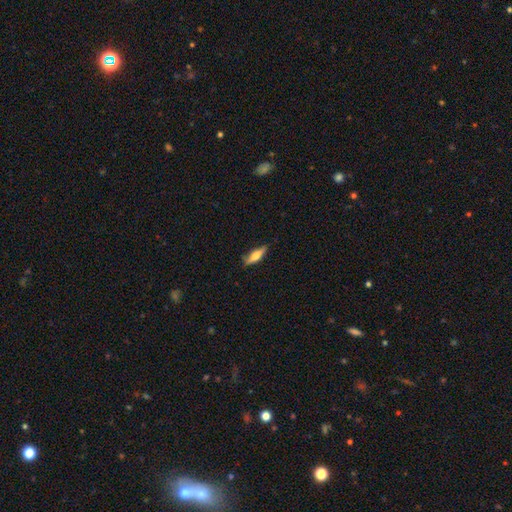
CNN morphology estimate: The model was most divided on "how rounded": cigar-shaped: 56%, in between: 42%, round: 2%. More confident: merging — none (82%); smooth or featured — smooth (55%).